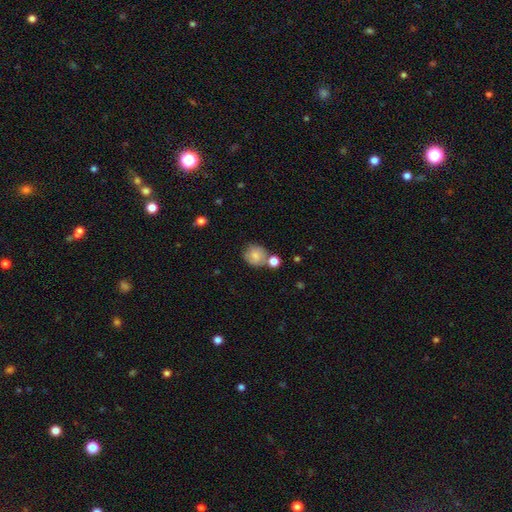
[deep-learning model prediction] A smooth galaxy with no disk features (79%) that is round (79%). Merging: none (58%).